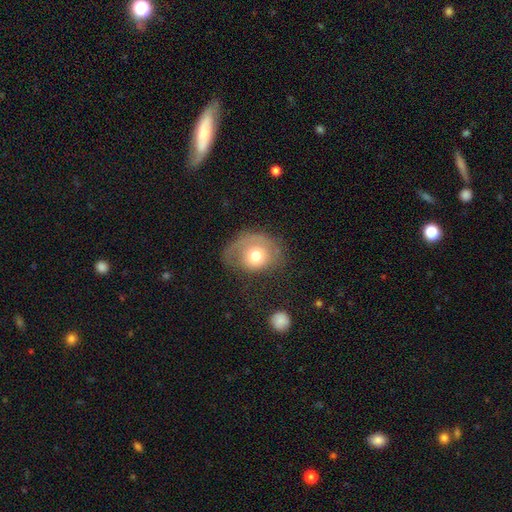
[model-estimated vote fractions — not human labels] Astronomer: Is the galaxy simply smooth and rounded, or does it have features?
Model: smooth — 59%.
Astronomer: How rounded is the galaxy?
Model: round — 59% (runner-up: in between, 40%).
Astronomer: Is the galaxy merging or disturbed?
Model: none — 35% (runner-up: major disturbance, 34%).